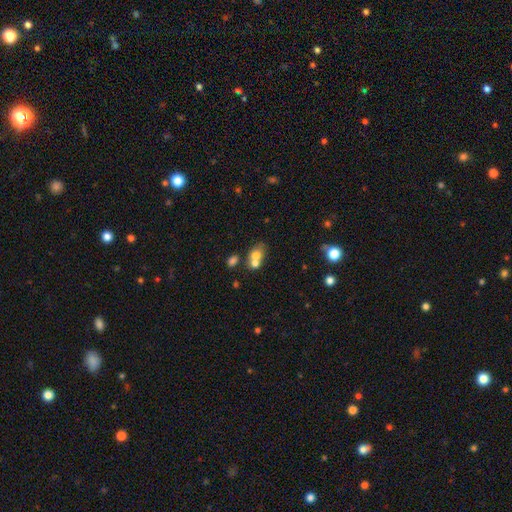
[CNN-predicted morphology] smooth-or-featured: smooth: 68% | featured or disk: 19% | star or artifact: 13%
  how-rounded: in between: 54% | round: 44% | cigar-shaped: 1%
  merging: merger: 53% | none: 33% | minor disturbance: 9% | major disturbance: 4%